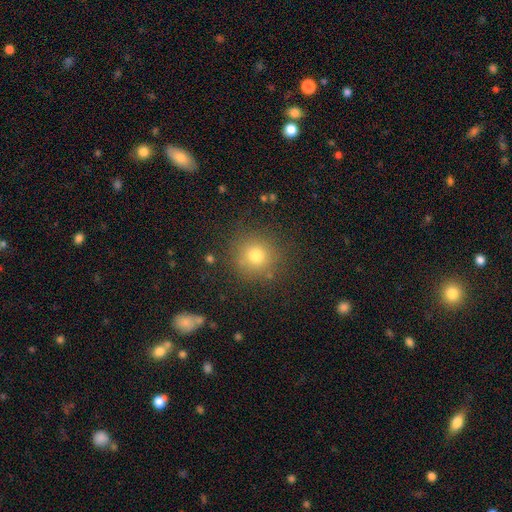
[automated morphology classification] smooth_or_featured: smooth (p=0.76) [alt: star or artifact p=0.16]
how_rounded: round (p=0.93) [alt: in between p=0.06]
merging: none (p=0.85) [alt: minor disturbance p=0.09]